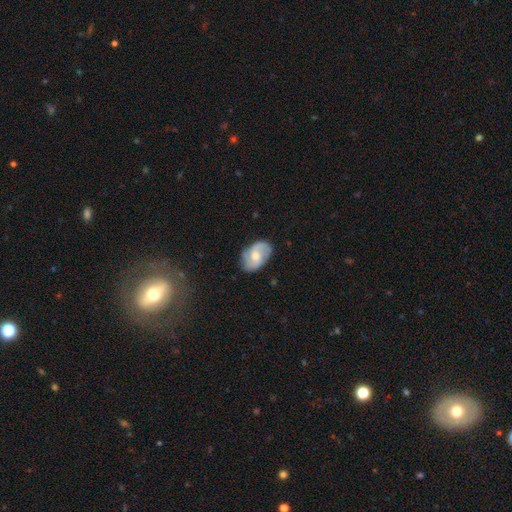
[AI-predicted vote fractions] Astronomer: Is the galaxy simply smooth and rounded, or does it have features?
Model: featured or disk — 60%.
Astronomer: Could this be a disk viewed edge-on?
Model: no — 96%.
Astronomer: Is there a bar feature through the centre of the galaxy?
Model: no — 55% (runner-up: weak, 38%).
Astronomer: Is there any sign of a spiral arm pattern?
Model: yes — 87%.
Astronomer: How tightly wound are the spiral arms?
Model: medium — 45% (runner-up: loose, 31%).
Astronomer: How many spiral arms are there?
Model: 2 — 69%.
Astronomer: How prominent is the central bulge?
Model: moderate — 60%.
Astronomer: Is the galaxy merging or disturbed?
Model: none — 73%.